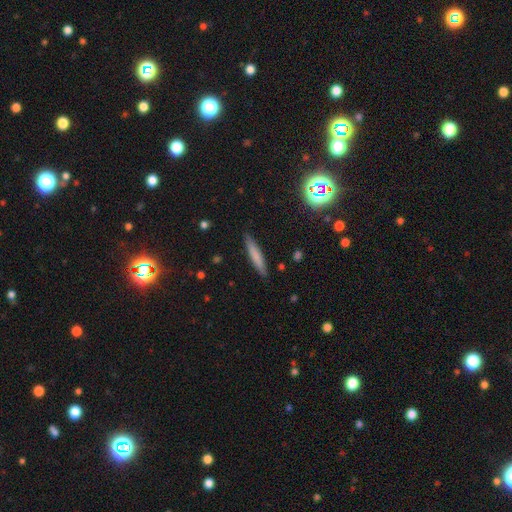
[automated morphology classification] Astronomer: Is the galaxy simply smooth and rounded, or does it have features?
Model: smooth — 72%.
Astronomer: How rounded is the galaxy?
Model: cigar-shaped — 91%.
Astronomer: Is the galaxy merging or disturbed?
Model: none — 89%.